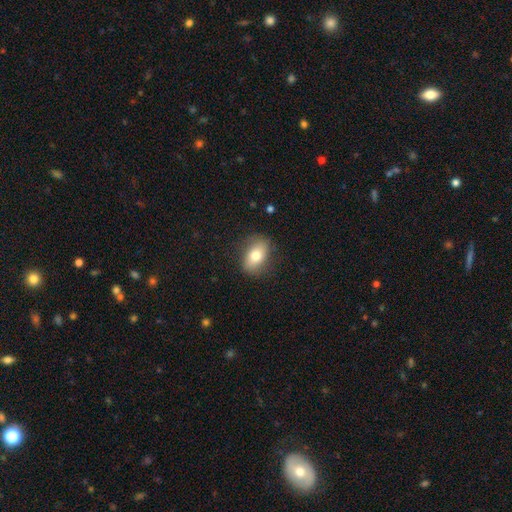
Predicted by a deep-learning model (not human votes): A smooth galaxy with no disk features (74%) that is in between round and cigar-shaped (83%). Merging: none (81%).